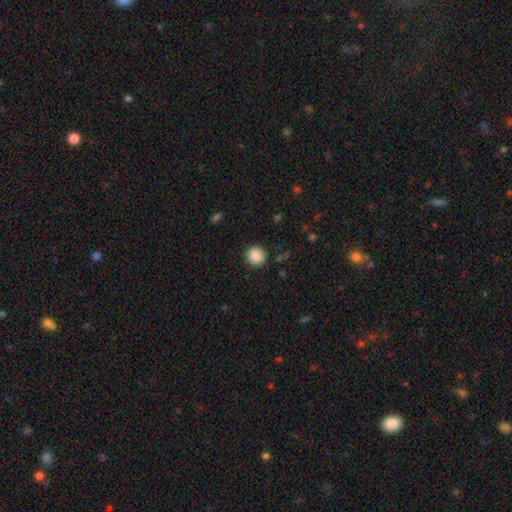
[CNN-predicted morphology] smooth_or_featured: smooth (p=0.88) [alt: star or artifact p=0.09]
how_rounded: round (p=0.93) [alt: in between p=0.06]
merging: none (p=0.91) [alt: minor disturbance p=0.06]